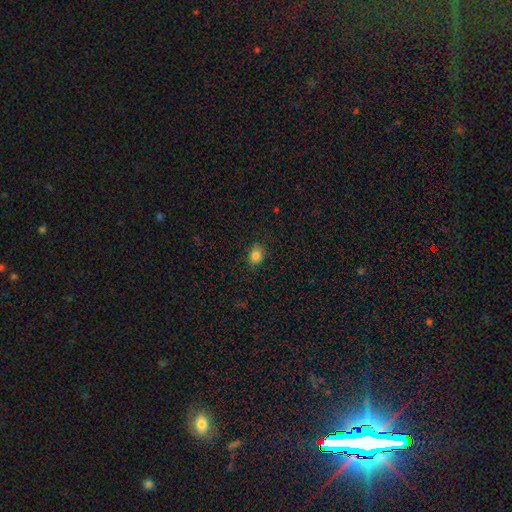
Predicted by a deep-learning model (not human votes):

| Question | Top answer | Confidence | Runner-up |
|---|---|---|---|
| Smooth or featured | smooth | 83% | star or artifact (11%) |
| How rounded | in between | 52% | round (47%) |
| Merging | none | 84% | minor disturbance (12%) |